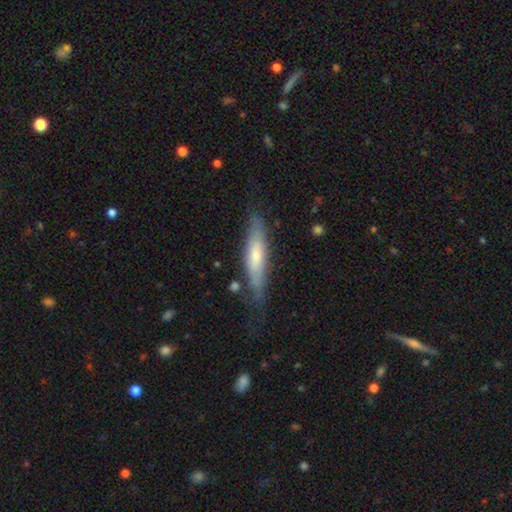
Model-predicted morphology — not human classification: This appears to be a smooth galaxy with no disk features (53%) that is cigar-shaped (79%). Merging: none (69%).